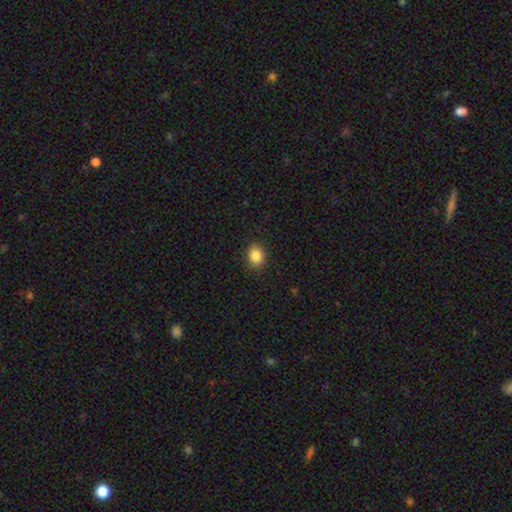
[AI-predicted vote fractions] This is clearly a smooth galaxy (85%). How rounded: likely round (61%). Merging: clearly none (89%).